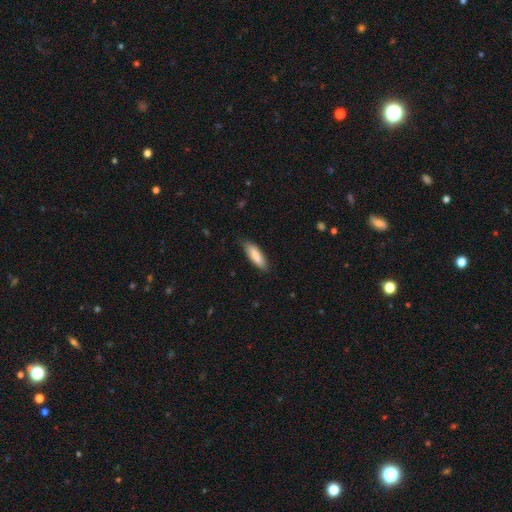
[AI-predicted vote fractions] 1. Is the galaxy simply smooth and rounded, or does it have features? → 84% smooth, 10% featured or disk, 6% star or artifact.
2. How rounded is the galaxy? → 50% in between, 49% cigar-shaped, 1% round.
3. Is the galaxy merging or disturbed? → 81% none, 16% minor disturbance, 3% major disturbance, 1% merger.